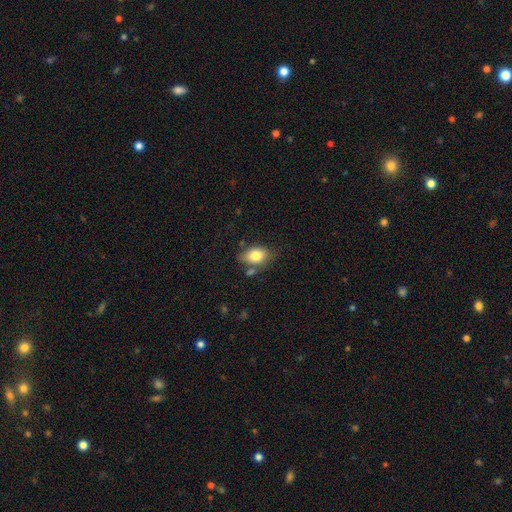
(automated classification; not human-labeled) smooth-or-featured: smooth: 79% | featured or disk: 13% | star or artifact: 8%
  how-rounded: in between: 82% | round: 16% | cigar-shaped: 2%
  merging: none: 66% | minor disturbance: 20% | merger: 9% | major disturbance: 5%